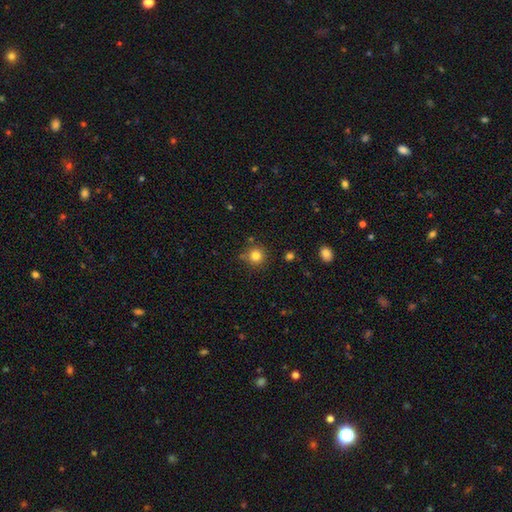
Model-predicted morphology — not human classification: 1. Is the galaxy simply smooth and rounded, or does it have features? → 82% smooth, 12% star or artifact, 6% featured or disk.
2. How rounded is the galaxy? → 94% round, 5% in between, 1% cigar-shaped.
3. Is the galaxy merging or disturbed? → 82% none, 10% minor disturbance, 5% merger, 3% major disturbance.